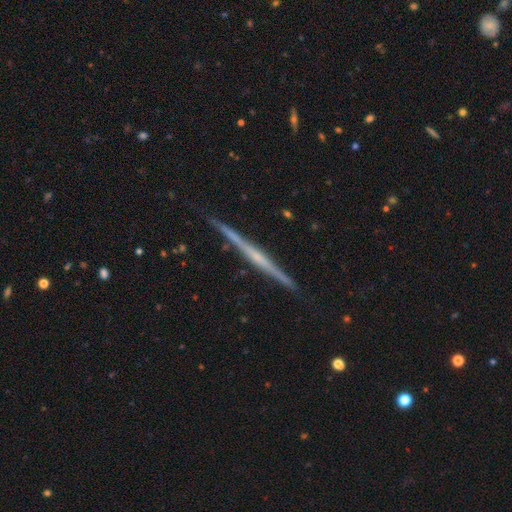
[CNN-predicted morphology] The model was most divided on "edge-on bulge": none: 47%, rounded: 42%, boxy: 11%. More confident: edge-on disk — yes (98%); merging — none (91%); smooth or featured — featured or disk (81%).